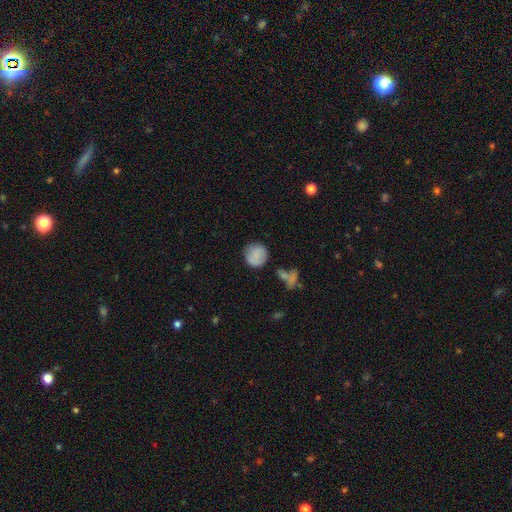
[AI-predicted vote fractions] Smooth or featured? smooth (82%)
How rounded? round (90%)
Merging? none (75%)